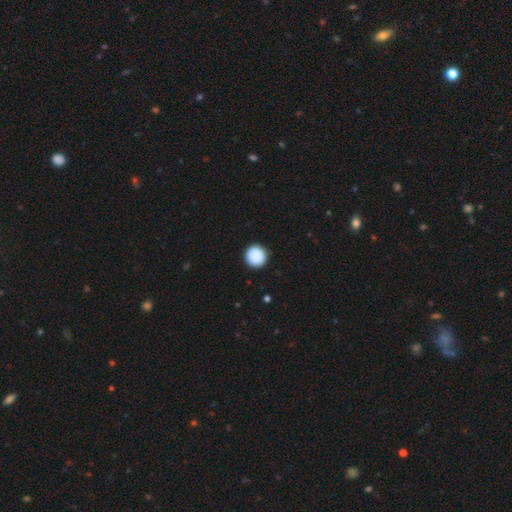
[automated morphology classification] smooth 89%, star or artifact 7%, featured or disk 4%. Down the decision tree: how rounded — round (96%); merging — none (92%).